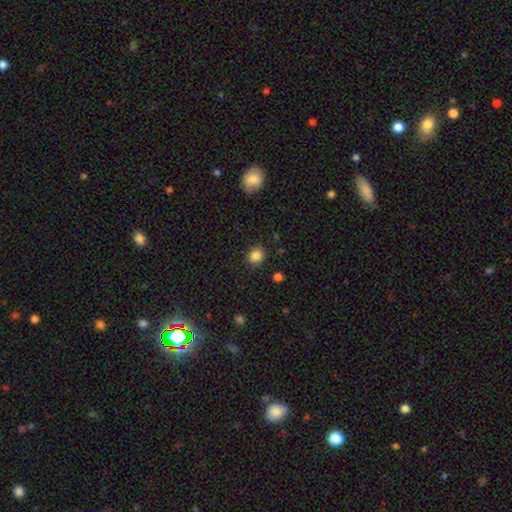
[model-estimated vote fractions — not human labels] Smooth or featured: smooth — 85% (star or artifact — 11%)
How rounded: round — 76% (in between — 23%)
Merging: none — 87% (minor disturbance — 9%)